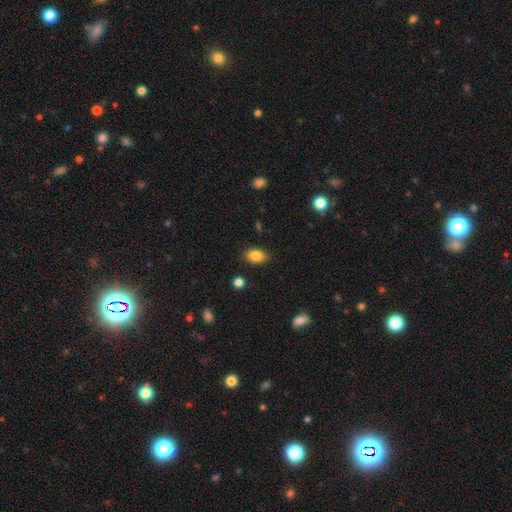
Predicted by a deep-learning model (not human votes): A smooth galaxy with no disk features (84%) that is in between round and cigar-shaped (83%). Merging: none (86%).